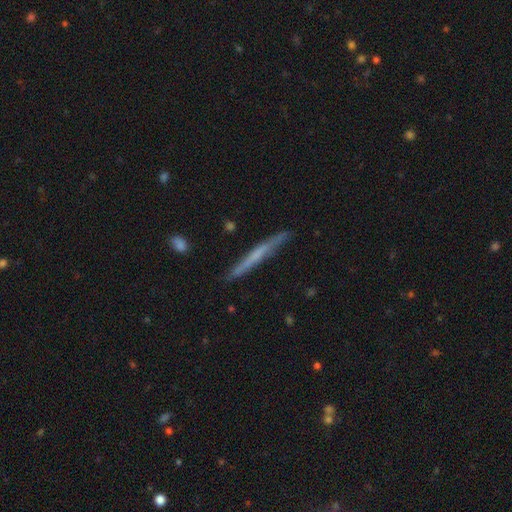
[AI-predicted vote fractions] Smooth or featured? featured or disk (52%)
Edge-on disk? yes (95%)
Merging? none (85%)